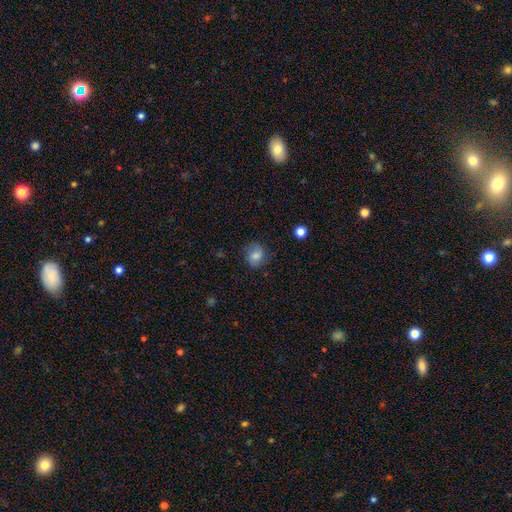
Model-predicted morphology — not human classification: A smooth galaxy with no disk features (74%) that is round (70%). Merging: none (73%).